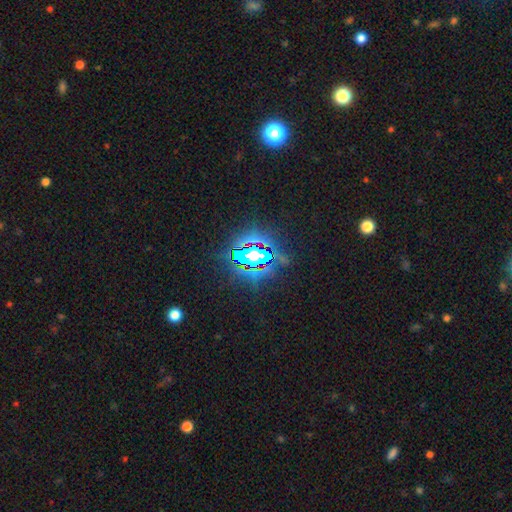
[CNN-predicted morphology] A star or artifact, not a galaxy (83%).